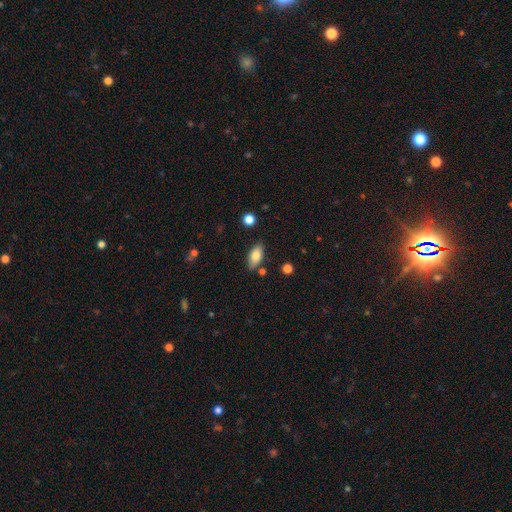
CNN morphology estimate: Smooth or featured? smooth (80%)
How rounded? in between (90%)
Merging? none (81%)